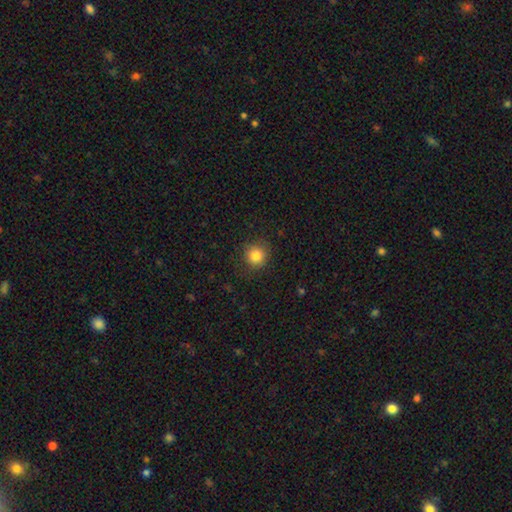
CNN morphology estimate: This appears to be a smooth galaxy with no disk features (84%) that is round (91%). Merging: none (86%).